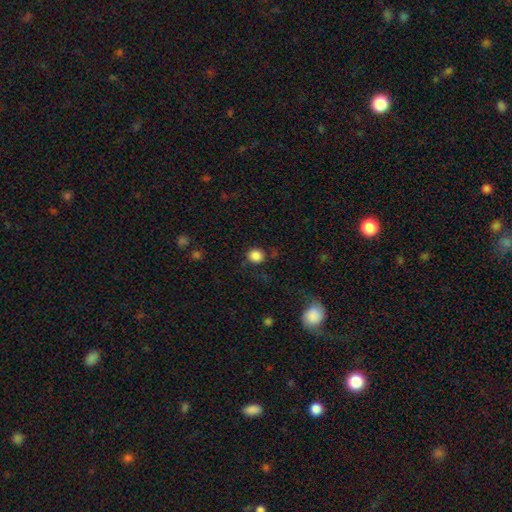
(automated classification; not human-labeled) The model was most divided on "merging": none: 80%, minor disturbance: 12%, major disturbance: 5%, merger: 2%. More confident: how rounded — round (86%); smooth or featured — smooth (85%).